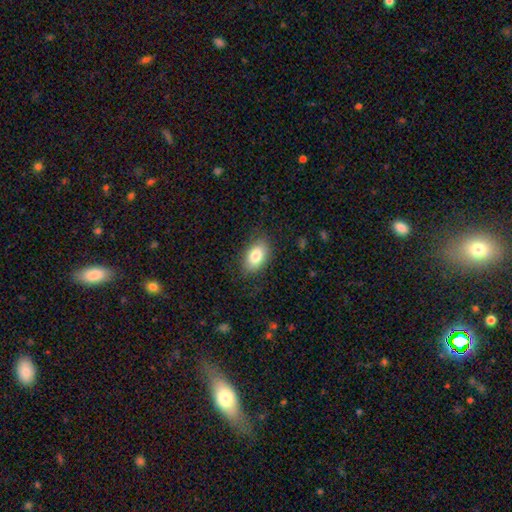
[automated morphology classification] smooth_or_featured: smooth (p=0.82) [alt: featured or disk p=0.10]
how_rounded: in between (p=0.90) [alt: round p=0.08]
merging: none (p=0.82) [alt: minor disturbance p=0.13]